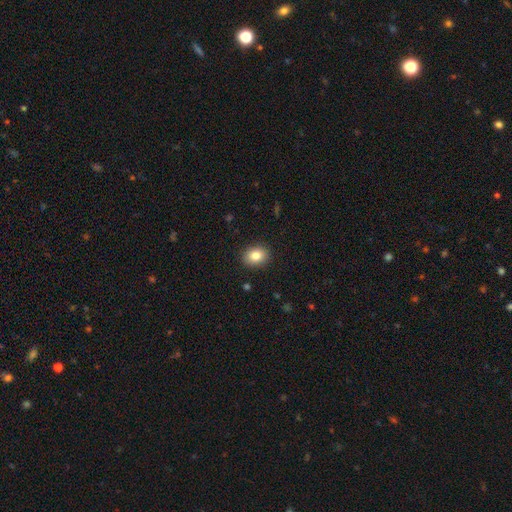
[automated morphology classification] A smooth galaxy with no disk features (82%) that is in between round and cigar-shaped (52%).

Vote fractions:
- Smooth or featured? smooth: 82% / star or artifact: 9% / featured or disk: 8%
- How rounded? in between: 52% / round: 47% / cigar-shaped: 1%
- Merging? none: 90% / minor disturbance: 7% / major disturbance: 2% / merger: 1%